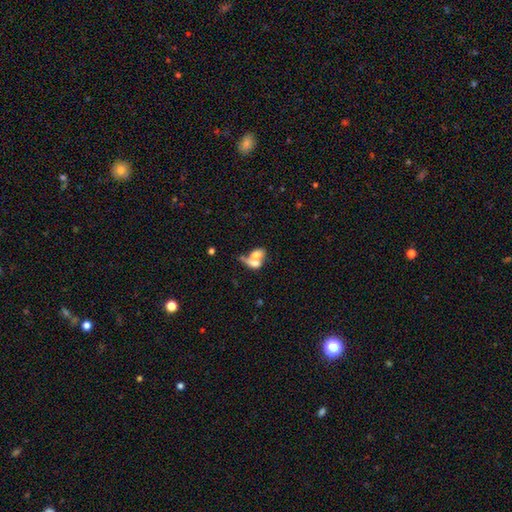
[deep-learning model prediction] Smooth or featured? smooth (66%)
How rounded? in between (76%)
Merging? merger (71%)